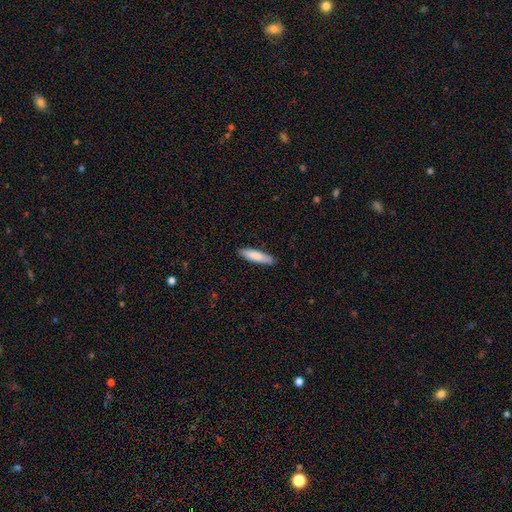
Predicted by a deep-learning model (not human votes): A smooth galaxy with no disk features (84%) that is cigar-shaped (70%).

Vote fractions:
- Smooth or featured? smooth: 84% / featured or disk: 11% / star or artifact: 5%
- How rounded? cigar-shaped: 70% / in between: 29% / round: 1%
- Merging? none: 89% / minor disturbance: 9% / major disturbance: 2% / merger: 1%